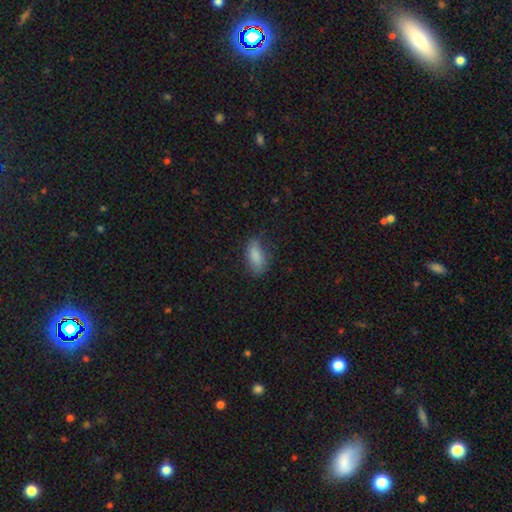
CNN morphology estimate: type=smooth (85%); roundness=in between (86%); merging=none (74%).